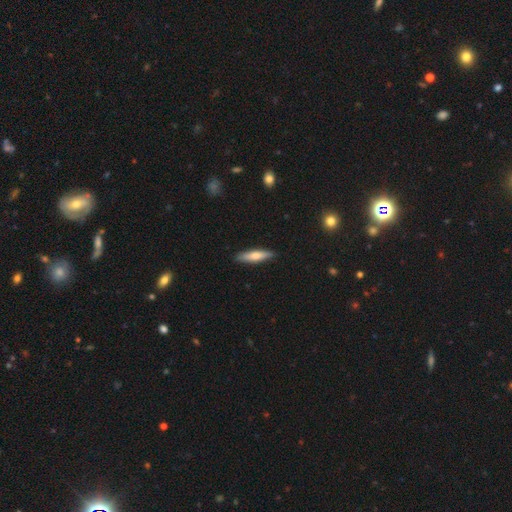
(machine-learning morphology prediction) The model was most divided on "smooth or featured": smooth: 64%, featured or disk: 30%, star or artifact: 6%. More confident: merging — none (89%); how rounded — cigar-shaped (78%).